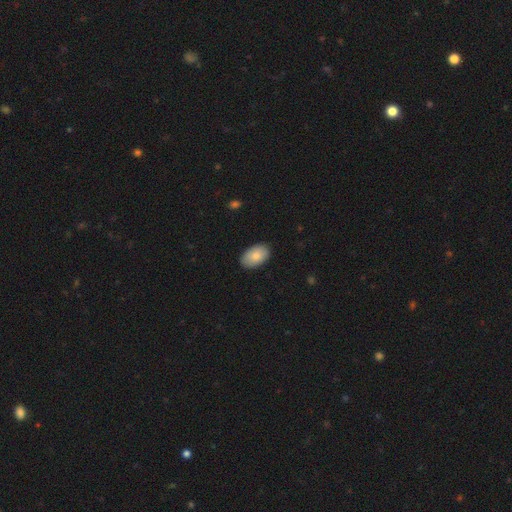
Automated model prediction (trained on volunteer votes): Overall: smooth (83%). How rounded: in between (93%). Merging: none (88%).